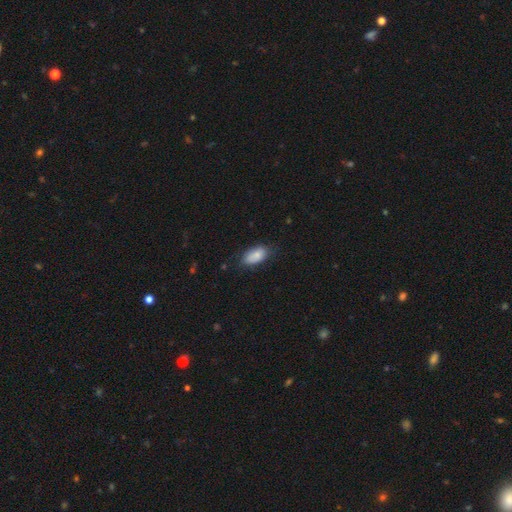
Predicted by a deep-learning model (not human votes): smooth-or-featured: smooth: 81% | featured or disk: 12% | star or artifact: 7%
  how-rounded: in between: 93% | round: 4% | cigar-shaped: 3%
  merging: none: 72% | minor disturbance: 22% | major disturbance: 5% | merger: 1%